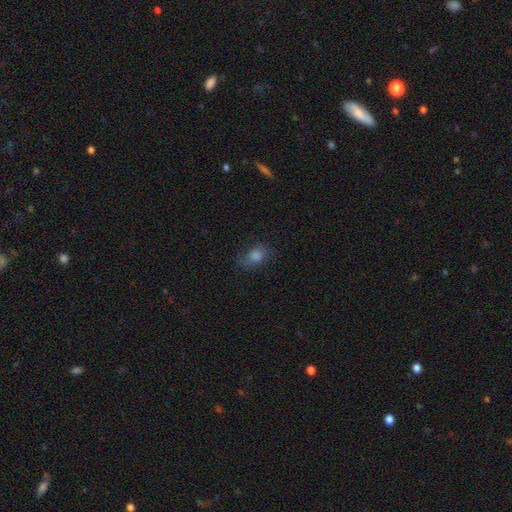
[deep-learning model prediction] A smooth galaxy with no disk features (69%) that is in between round and cigar-shaped (67%). Merging: none (66%).